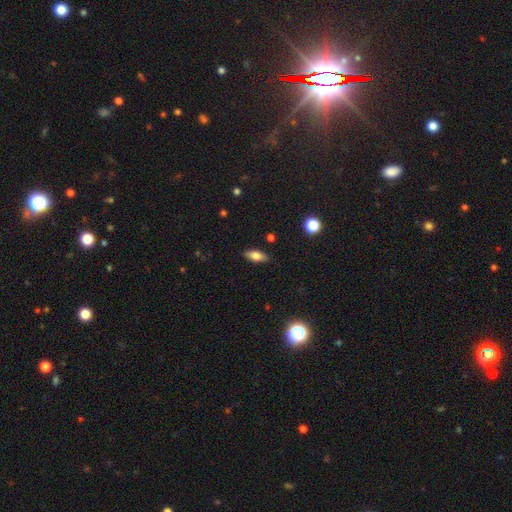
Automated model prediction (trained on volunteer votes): Morphology: type=smooth (75%); roundness=in between (79%); merging=none (86%).